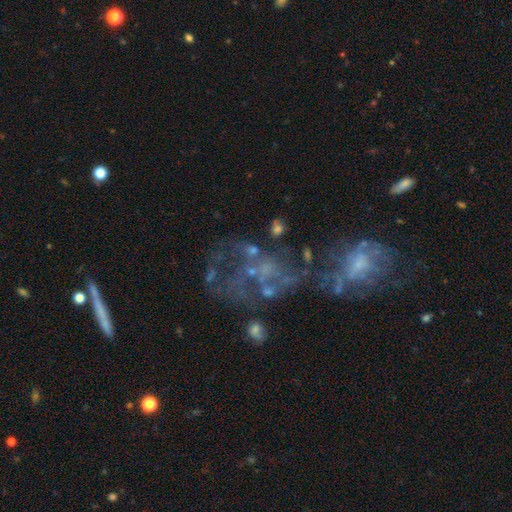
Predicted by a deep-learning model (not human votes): Smooth or featured: featured or disk — 62% (star or artifact — 20%)
Edge-on disk: no — 97% (yes — 3%)
Bar: no — 85% (weak — 11%)
Spiral arms: no — 72% (yes — 28%)
Bulge size: none — 65% (small — 20%)
Merging: major disturbance — 30% (merger — 29%)